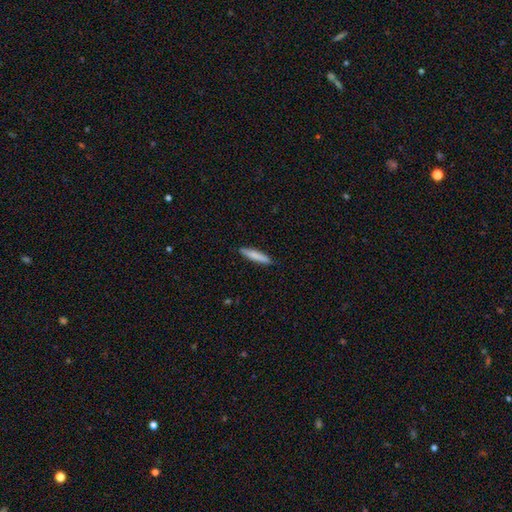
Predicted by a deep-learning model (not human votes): Q: Smooth or featured?
A: smooth (80%); runner-up: featured or disk (14%)
Q: How rounded?
A: cigar-shaped (89%); runner-up: in between (10%)
Q: Merging?
A: none (89%); runner-up: minor disturbance (8%)